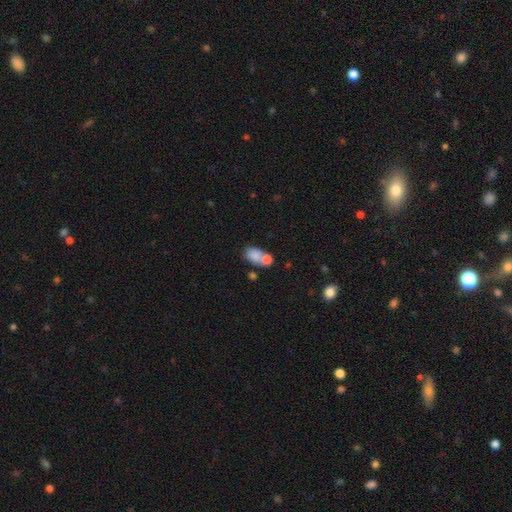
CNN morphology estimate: smooth-or-featured: smooth: 77% | featured or disk: 14% | star or artifact: 9%
  how-rounded: in between: 76% | round: 22% | cigar-shaped: 2%
  merging: merger: 53% | none: 30% | minor disturbance: 11% | major disturbance: 6%